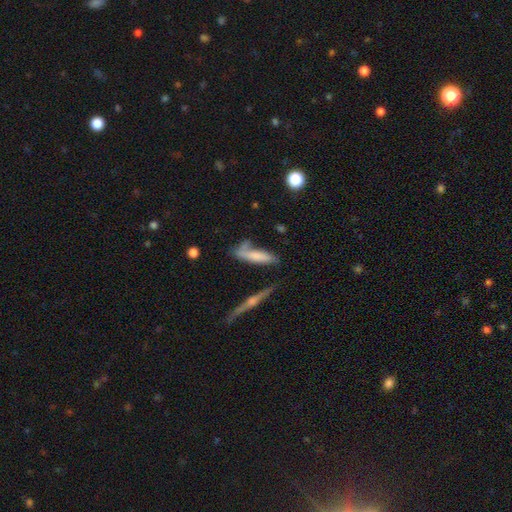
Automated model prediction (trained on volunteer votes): This is possibly a smooth galaxy (57%). How rounded: likely cigar-shaped (64%). Merging: possibly none (47%).